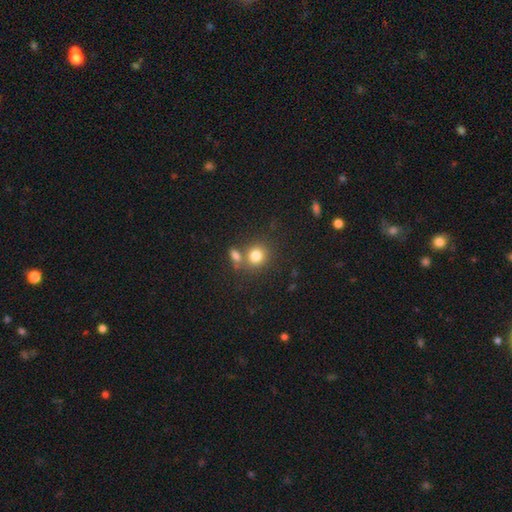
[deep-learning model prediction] This is likely a smooth galaxy (80%). How rounded: likely round (79%). Merging: likely none (60%).